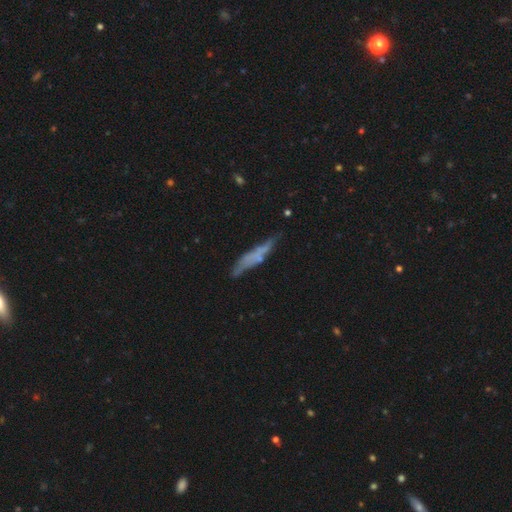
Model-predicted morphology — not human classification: smooth_or_featured: smooth (p=0.52) [alt: featured or disk p=0.39]
how_rounded: cigar-shaped (p=0.86) [alt: in between p=0.12]
merging: none (p=0.59) [alt: minor disturbance p=0.25]